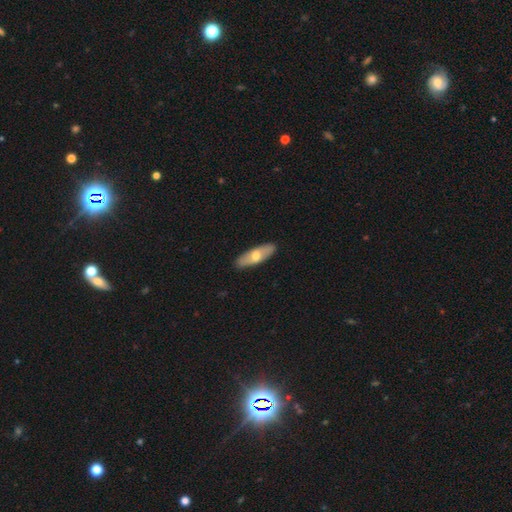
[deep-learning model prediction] This is possibly a smooth galaxy (59%). How rounded: likely in between (63%). Merging: clearly none (88%).